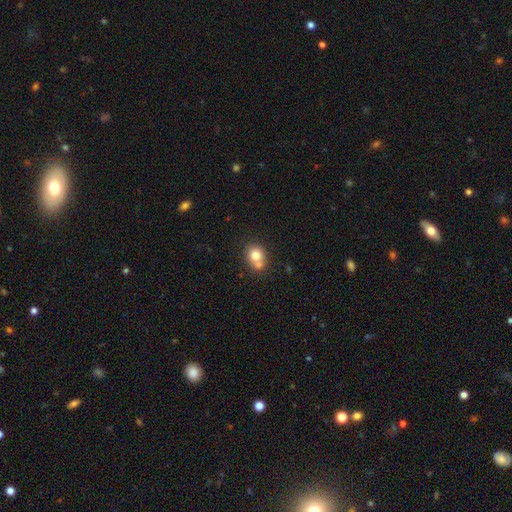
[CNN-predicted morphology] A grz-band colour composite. It shows a smooth galaxy with no disk features (76%) that is round (70%). Merging: none (46%).